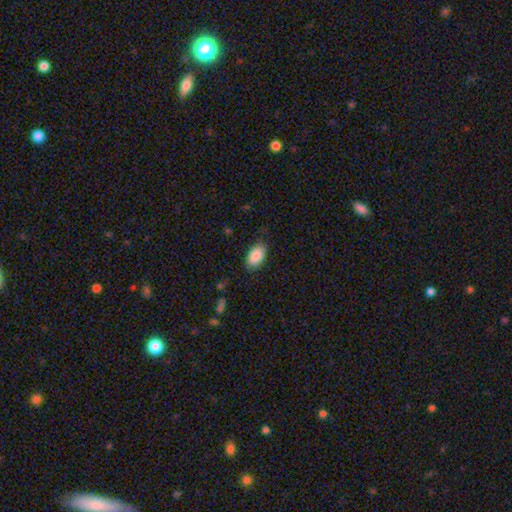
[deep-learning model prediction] Smooth or featured?
  - smooth: 87% *
  - star or artifact: 7%
  - featured or disk: 6%
How rounded?
  - in between: 92% *
  - round: 6%
  - cigar-shaped: 1%
Merging?
  - none: 82% *
  - minor disturbance: 14%
  - major disturbance: 3%
  - merger: 1%